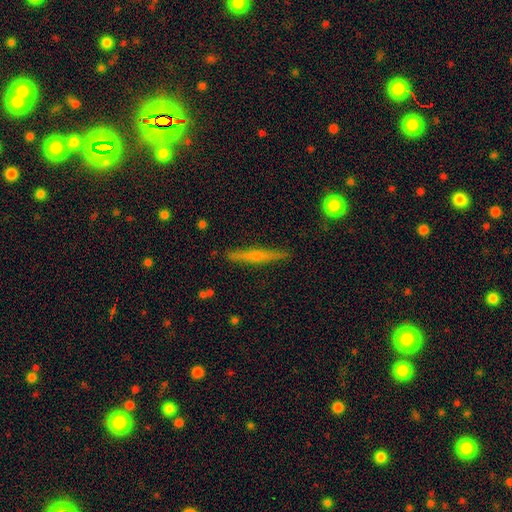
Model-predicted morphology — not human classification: The model was most divided on "edge-on bulge": rounded: 50%, none: 39%, boxy: 10%. More confident: edge-on disk — yes (97%); merging — none (90%); smooth or featured — featured or disk (54%).